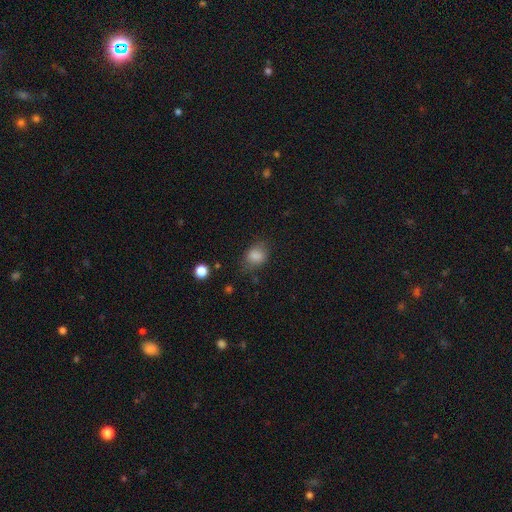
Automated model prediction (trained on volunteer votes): Smooth or featured: smooth — 83% (star or artifact — 10%)
How rounded: in between — 58% (round — 41%)
Merging: none — 65% (minor disturbance — 24%)